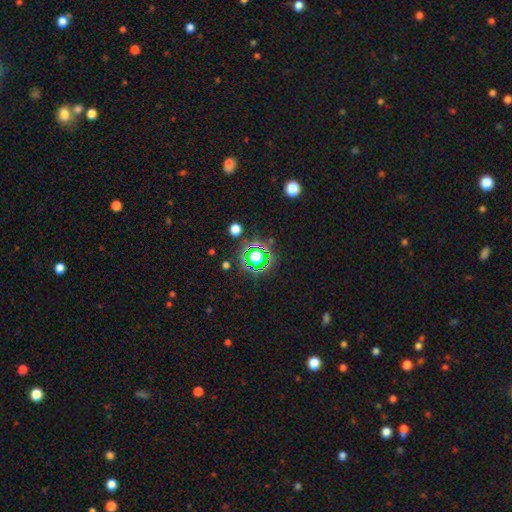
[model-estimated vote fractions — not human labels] The model was most divided on "smooth or featured": star or artifact: 74%, smooth: 18%, featured or disk: 8%.